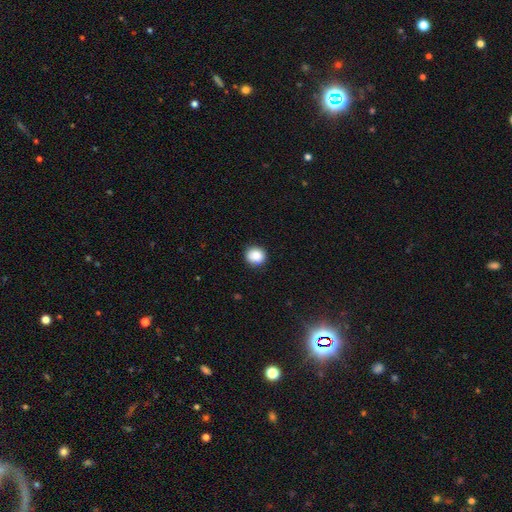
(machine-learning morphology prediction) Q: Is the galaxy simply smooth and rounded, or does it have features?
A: smooth — 85%.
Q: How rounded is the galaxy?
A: round — 85%.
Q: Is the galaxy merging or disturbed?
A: none — 86%.